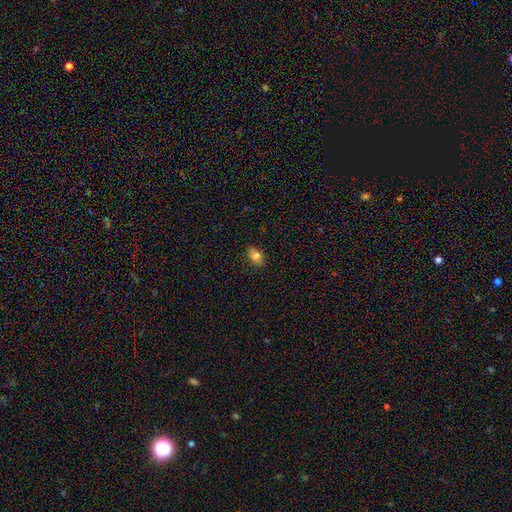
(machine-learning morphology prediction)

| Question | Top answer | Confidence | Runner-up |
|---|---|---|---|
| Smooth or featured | smooth | 81% | star or artifact (10%) |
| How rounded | in between | 86% | round (11%) |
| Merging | none | 83% | minor disturbance (13%) |